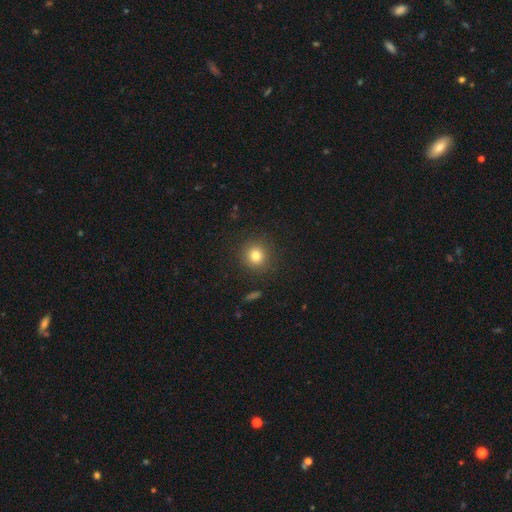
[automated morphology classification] Q: Smooth or featured?
A: smooth (80%); runner-up: star or artifact (13%)
Q: How rounded?
A: round (92%); runner-up: in between (7%)
Q: Merging?
A: none (90%); runner-up: minor disturbance (7%)